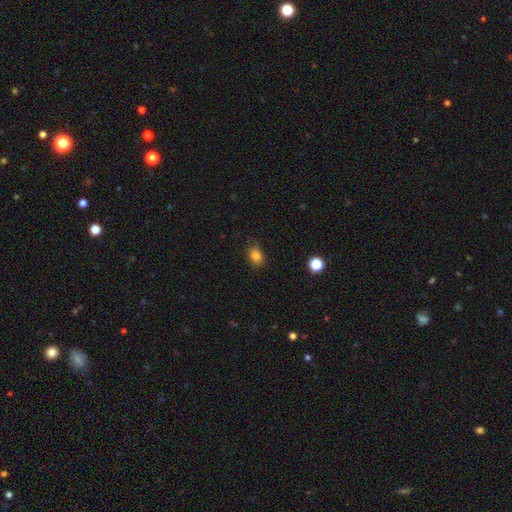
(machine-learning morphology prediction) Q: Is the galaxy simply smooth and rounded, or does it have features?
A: smooth — 83%.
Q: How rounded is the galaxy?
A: in between — 67%.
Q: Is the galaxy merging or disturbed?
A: none — 80%.